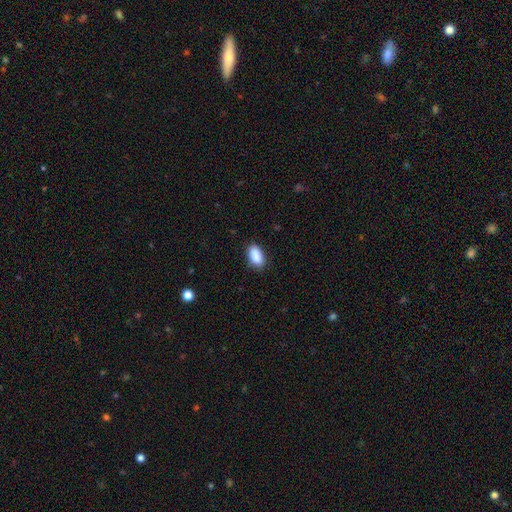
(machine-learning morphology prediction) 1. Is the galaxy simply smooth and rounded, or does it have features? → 90% smooth, 7% star or artifact, 3% featured or disk.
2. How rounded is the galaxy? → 93% in between, 4% round, 3% cigar-shaped.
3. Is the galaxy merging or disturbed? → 84% none, 12% minor disturbance, 2% major disturbance, 1% merger.